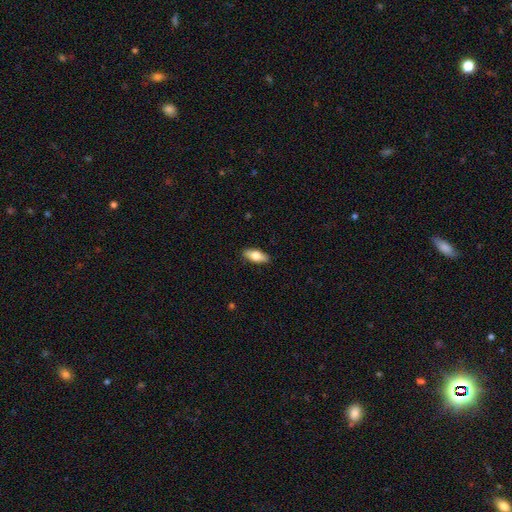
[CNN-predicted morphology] Smooth or featured?
  - smooth: 71% *
  - featured or disk: 23%
  - star or artifact: 6%
How rounded?
  - in between: 79% *
  - cigar-shaped: 18%
  - round: 3%
Merging?
  - none: 89% *
  - minor disturbance: 8%
  - major disturbance: 2%
  - merger: 1%